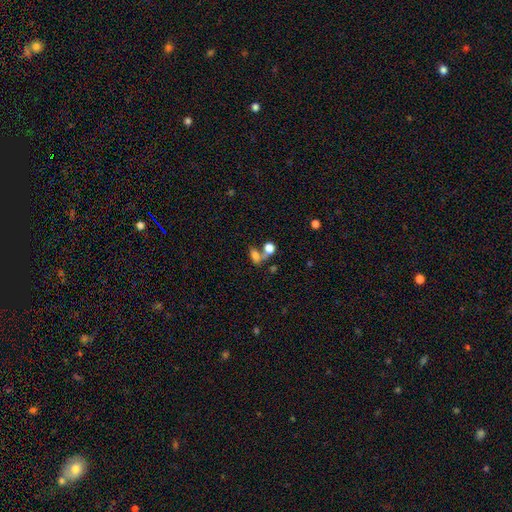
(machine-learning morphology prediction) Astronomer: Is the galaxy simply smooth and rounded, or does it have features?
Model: smooth — 73%.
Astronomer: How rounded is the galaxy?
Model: in between — 74%.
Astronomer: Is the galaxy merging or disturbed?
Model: merger — 53% (runner-up: none, 29%).